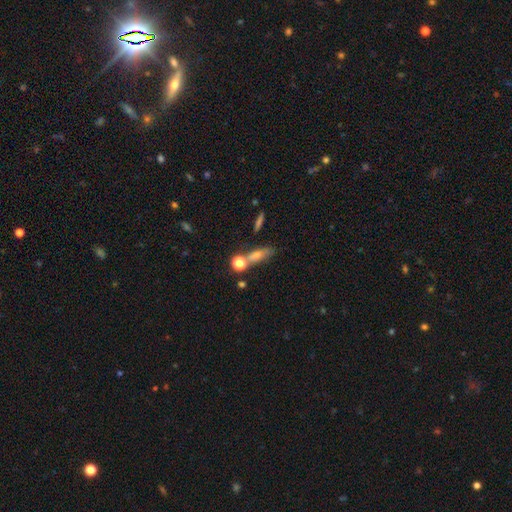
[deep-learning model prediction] Smooth or featured? smooth (68%)
How rounded? in between (45%)
Merging? none (54%)